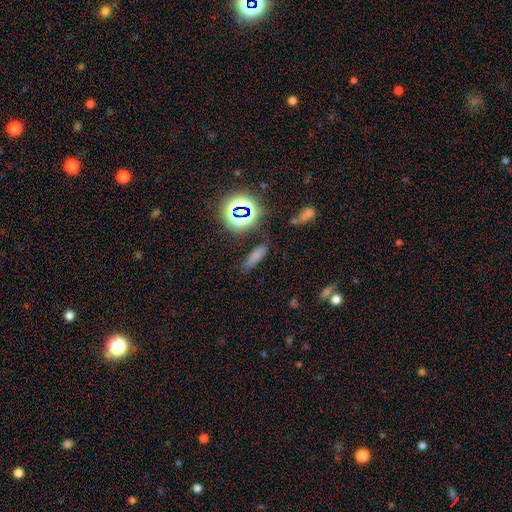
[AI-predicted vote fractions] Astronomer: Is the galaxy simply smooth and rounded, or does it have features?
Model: smooth — 67%.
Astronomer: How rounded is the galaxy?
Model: cigar-shaped — 53% (runner-up: in between, 42%).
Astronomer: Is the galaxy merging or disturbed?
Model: none — 77%.